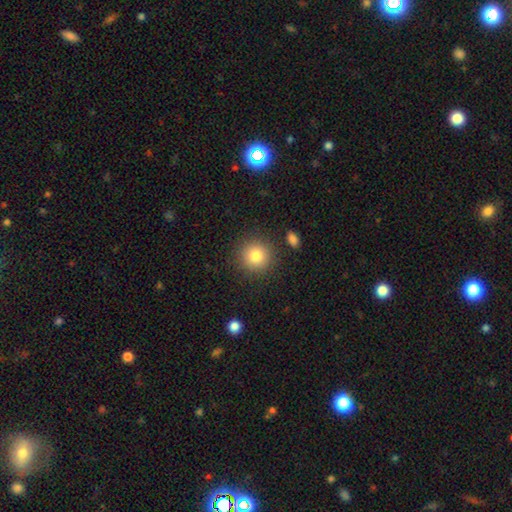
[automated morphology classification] The model was most divided on "smooth or featured": smooth: 81%, star or artifact: 10%, featured or disk: 8%. More confident: how rounded — round (93%); merging — none (88%).